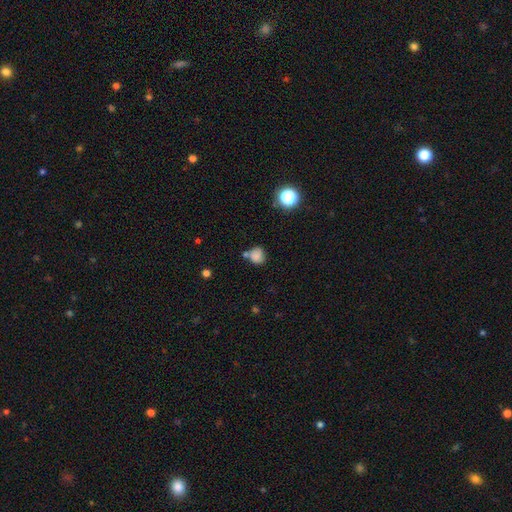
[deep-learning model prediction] Morphology: type=smooth (79%); roundness=round (73%); merging=none (55%).